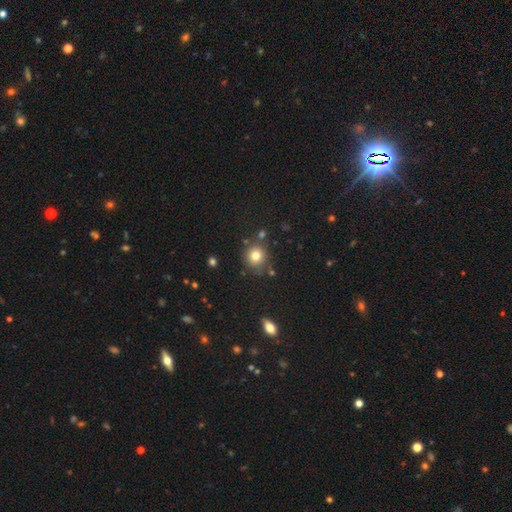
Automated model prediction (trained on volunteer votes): This appears to be a smooth galaxy with no disk features (79%) that is round (89%). Merging: none (80%).